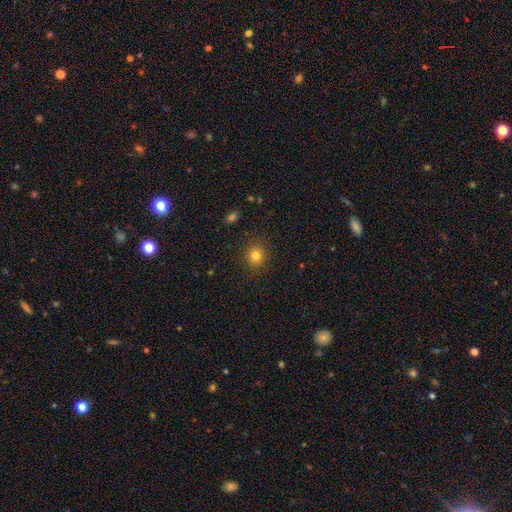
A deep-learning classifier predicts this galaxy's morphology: type=smooth (81%); roundness=round (86%); merging=none (89%).